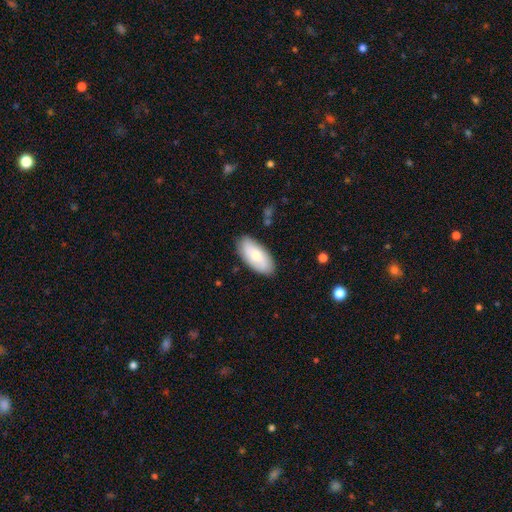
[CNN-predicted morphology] A smooth galaxy with no disk features (69%) that is in between round and cigar-shaped (91%). Merging: none (84%).